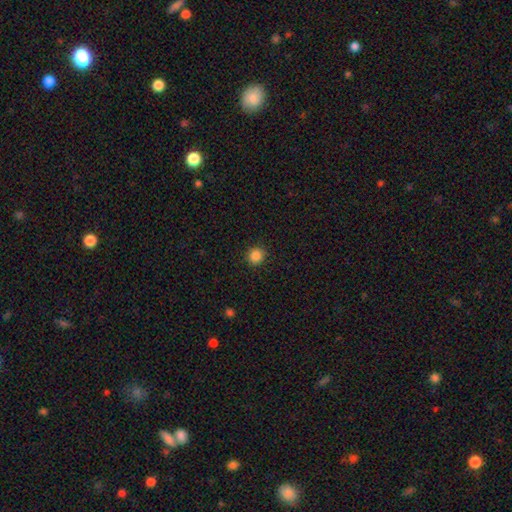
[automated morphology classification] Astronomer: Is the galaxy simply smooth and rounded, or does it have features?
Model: smooth — 86%.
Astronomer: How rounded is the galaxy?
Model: round — 93%.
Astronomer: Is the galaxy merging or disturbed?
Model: none — 92%.